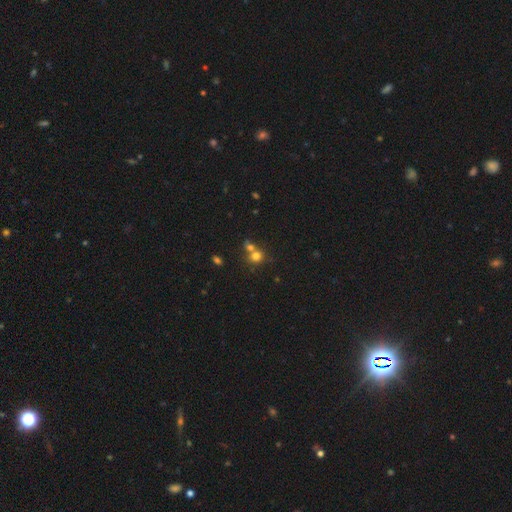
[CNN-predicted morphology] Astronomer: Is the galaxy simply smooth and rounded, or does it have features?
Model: smooth — 71%.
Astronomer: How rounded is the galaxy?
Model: round — 84%.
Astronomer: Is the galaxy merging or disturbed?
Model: none — 46% (runner-up: merger, 43%).